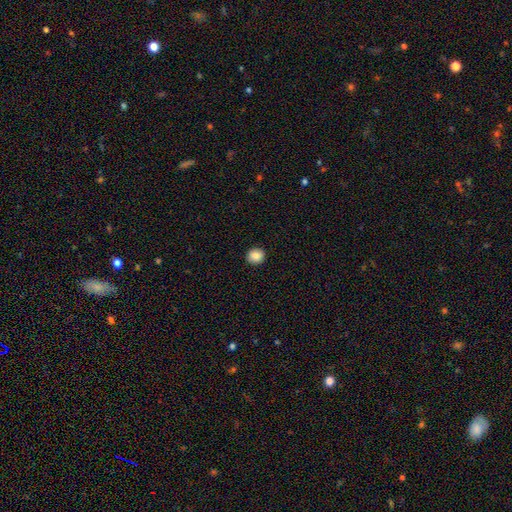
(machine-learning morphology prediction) Overall: smooth (87%). How rounded: round (83%). Merging: none (92%).